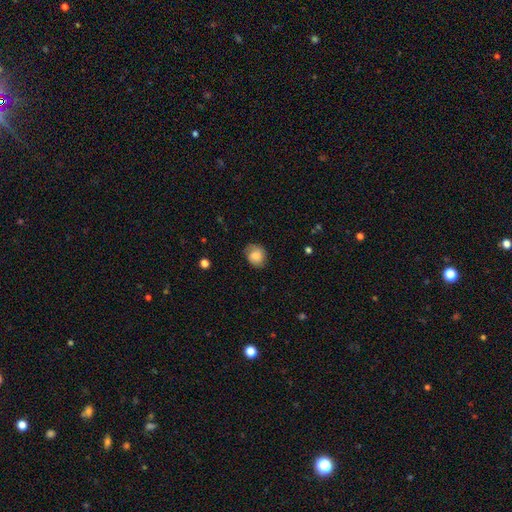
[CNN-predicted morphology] This appears to be a smooth galaxy with no disk features (70%) that is round (60%). Merging: none (70%).